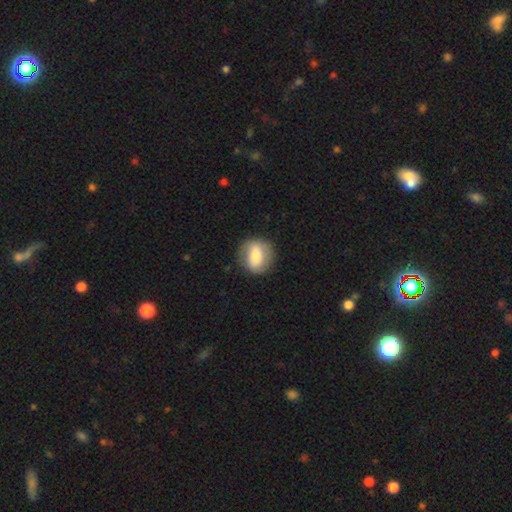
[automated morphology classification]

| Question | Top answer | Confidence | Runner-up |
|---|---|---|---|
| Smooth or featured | smooth | 66% | featured or disk (27%) |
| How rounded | round | 70% | in between (29%) |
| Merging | none | 80% | minor disturbance (14%) |